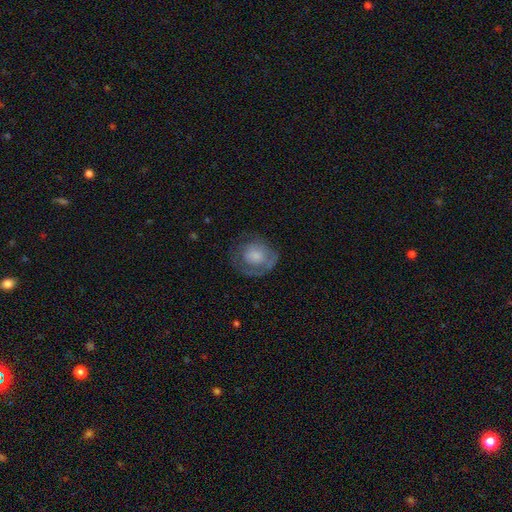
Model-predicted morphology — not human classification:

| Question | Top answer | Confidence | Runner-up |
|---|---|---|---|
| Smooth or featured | smooth | 55% | featured or disk (37%) |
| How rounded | round | 69% | in between (30%) |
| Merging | none | 55% | minor disturbance (24%) |